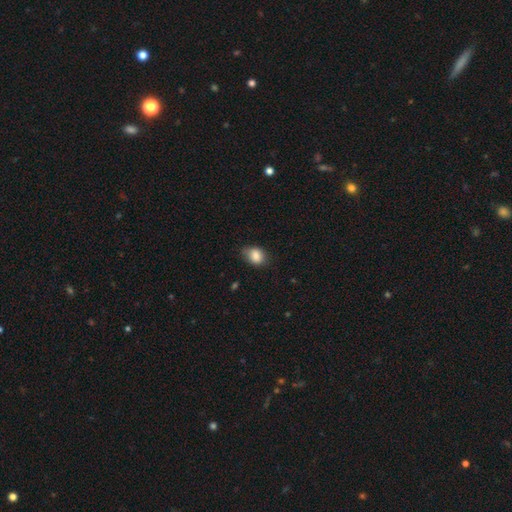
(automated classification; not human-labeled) A smooth galaxy with no disk features (86%) that is in between round and cigar-shaped (63%).

Vote fractions:
- Smooth or featured? smooth: 86% / star or artifact: 8% / featured or disk: 6%
- How rounded? in between: 63% / round: 36% / cigar-shaped: 1%
- Merging? none: 66% / minor disturbance: 28% / major disturbance: 5% / merger: 1%